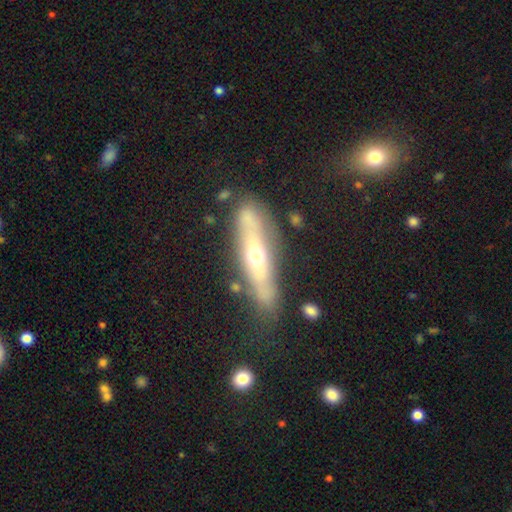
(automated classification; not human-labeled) Smooth or featured?
  - featured or disk: 65% *
  - smooth: 29%
  - star or artifact: 7%
Edge-on disk?
  - yes: 62% *
  - no: 38%
Merging?
  - none: 69% *
  - minor disturbance: 20%
  - major disturbance: 7%
  - merger: 4%